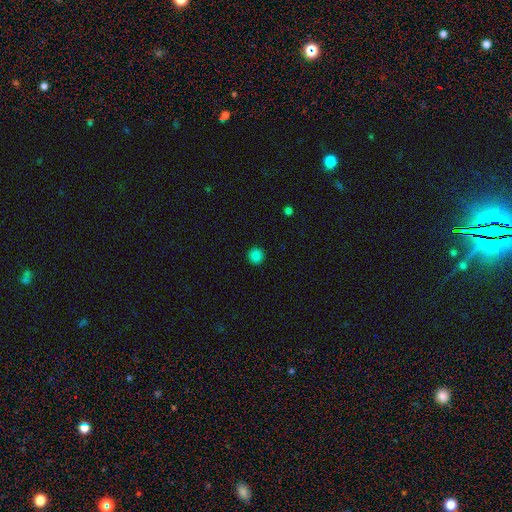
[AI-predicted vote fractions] Smooth or featured? smooth (85%)
How rounded? round (94%)
Merging? none (92%)